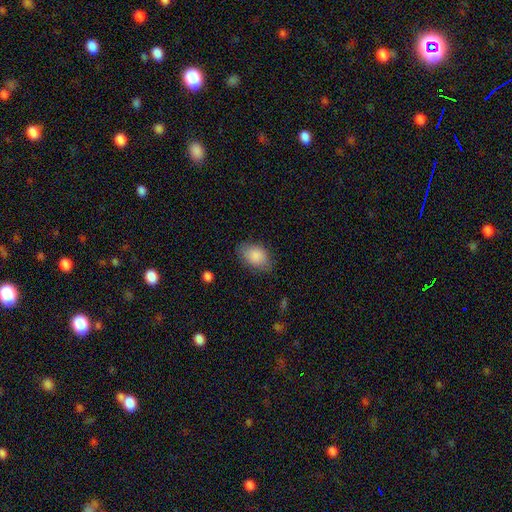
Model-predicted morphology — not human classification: Smooth or featured: smooth — 87% (star or artifact — 7%)
How rounded: in between — 88% (round — 10%)
Merging: none — 78% (minor disturbance — 17%)